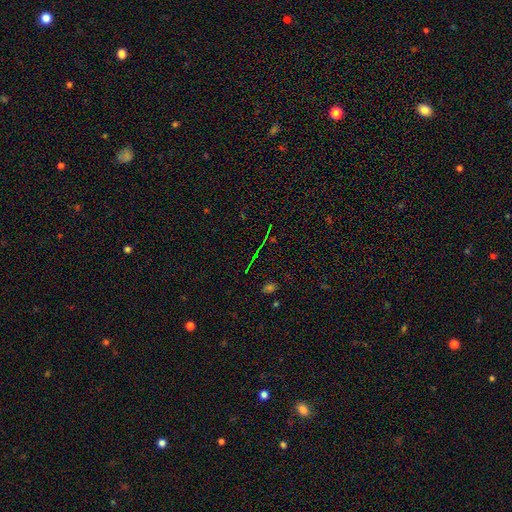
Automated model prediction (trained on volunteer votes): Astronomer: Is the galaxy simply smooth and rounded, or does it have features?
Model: star or artifact — 70%.